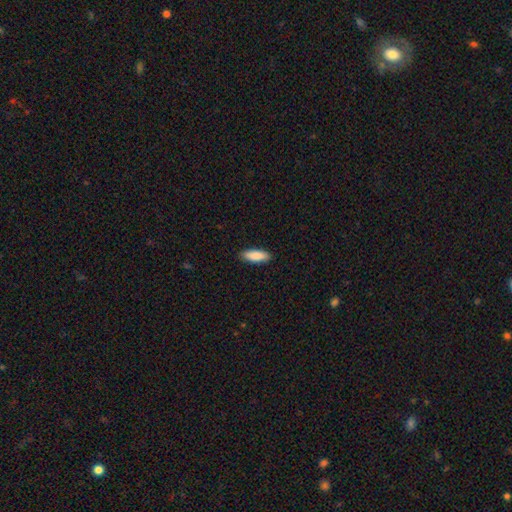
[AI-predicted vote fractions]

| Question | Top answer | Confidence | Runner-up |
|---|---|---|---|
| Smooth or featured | smooth | 89% | featured or disk (5%) |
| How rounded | in between | 61% | cigar-shaped (37%) |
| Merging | none | 90% | minor disturbance (7%) |